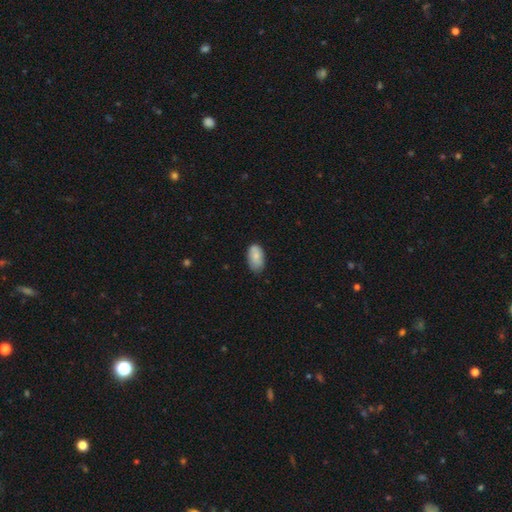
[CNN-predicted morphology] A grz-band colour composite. It shows a smooth galaxy with no disk features (79%) that is in between round and cigar-shaped (93%). Merging: none (68%).